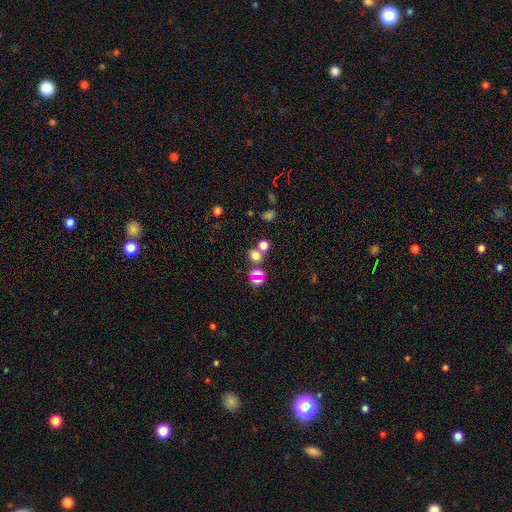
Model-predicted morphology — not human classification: Smooth or featured?
  - smooth: 65% *
  - star or artifact: 26%
  - featured or disk: 9%
How rounded?
  - round: 67% *
  - in between: 32%
  - cigar-shaped: 1%
Merging?
  - none: 58% *
  - merger: 29%
  - minor disturbance: 9%
  - major disturbance: 5%